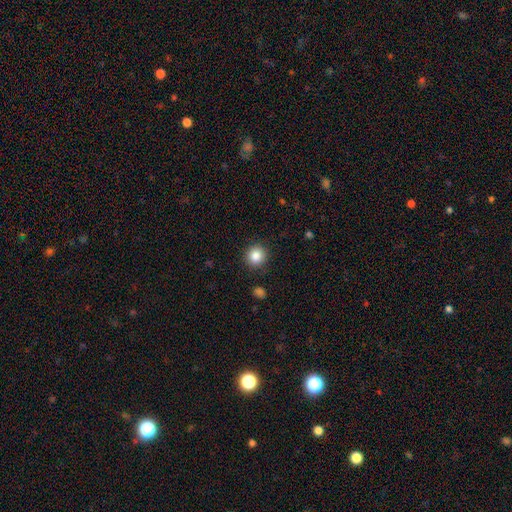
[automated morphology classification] A smooth galaxy with no disk features (86%) that is round (92%).

Vote fractions:
- Smooth or featured? smooth: 86% / star or artifact: 10% / featured or disk: 5%
- How rounded? round: 92% / in between: 7% / cigar-shaped: 1%
- Merging? none: 90% / minor disturbance: 7% / major disturbance: 2% / merger: 1%